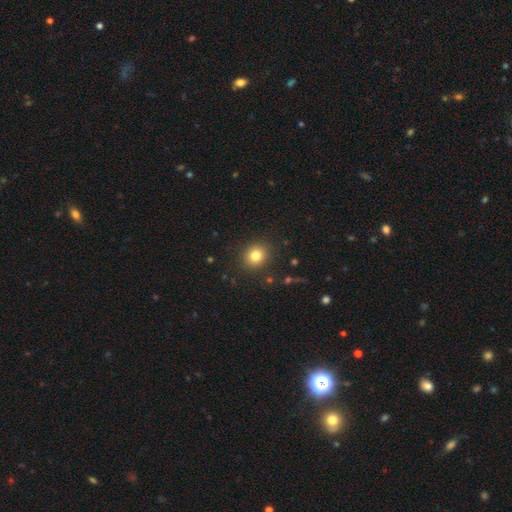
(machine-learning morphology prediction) Q: Smooth or featured?
A: smooth (81%); runner-up: star or artifact (12%)
Q: How rounded?
A: round (78%); runner-up: in between (21%)
Q: Merging?
A: none (89%); runner-up: minor disturbance (7%)